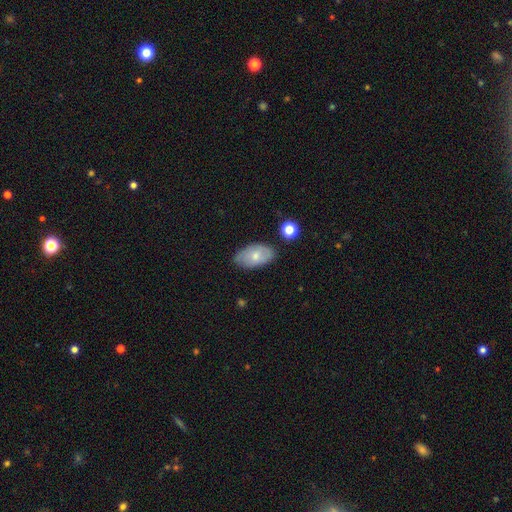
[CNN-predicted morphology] Q: Smooth or featured?
A: smooth (66%); runner-up: featured or disk (27%)
Q: How rounded?
A: in between (92%); runner-up: round (6%)
Q: Merging?
A: none (72%); runner-up: minor disturbance (22%)